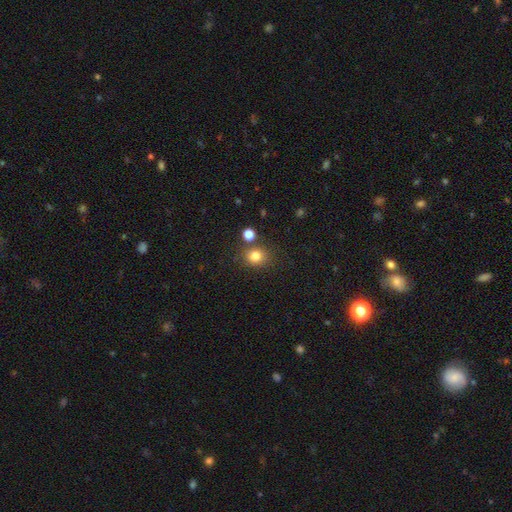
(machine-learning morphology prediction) A smooth galaxy with no disk features (81%) that is round (74%).

Vote fractions:
- Smooth or featured? smooth: 81% / star or artifact: 13% / featured or disk: 6%
- How rounded? round: 74% / in between: 26% / cigar-shaped: 1%
- Merging? none: 74% / merger: 12% / minor disturbance: 11% / major disturbance: 4%